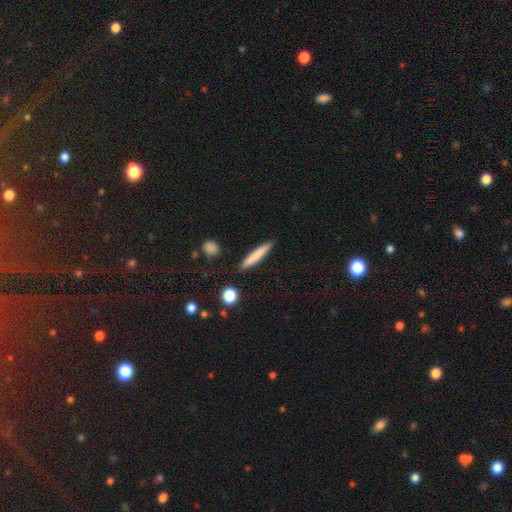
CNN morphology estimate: The model was most divided on "smooth or featured": smooth: 75%, featured or disk: 19%, star or artifact: 6%. More confident: how rounded — cigar-shaped (94%); merging — none (89%).